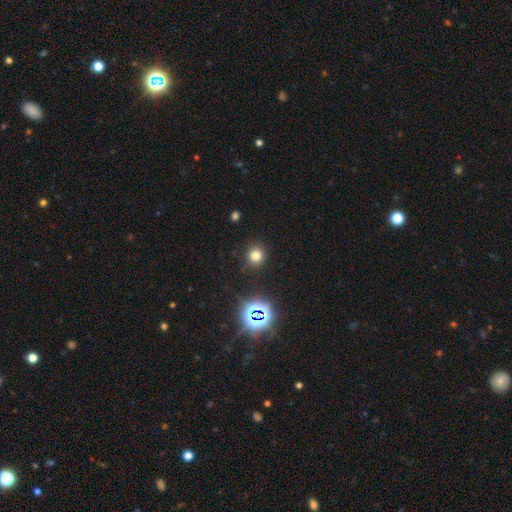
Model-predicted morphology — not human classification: The model was most divided on "smooth or featured": smooth: 72%, star or artifact: 21%, featured or disk: 7%. More confident: merging — none (88%); how rounded — round (86%).